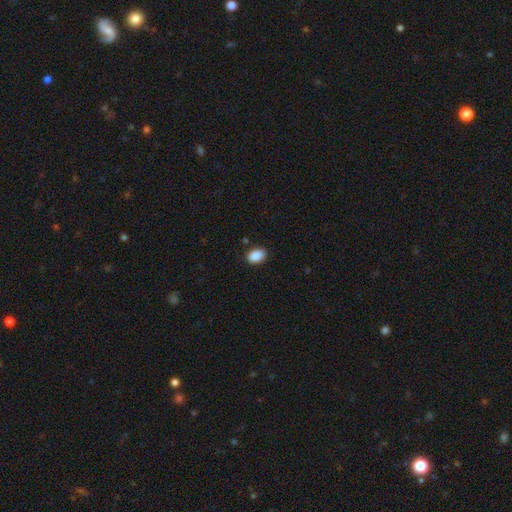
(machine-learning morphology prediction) A smooth galaxy with no disk features (90%) that is in between round and cigar-shaped (82%).

Vote fractions:
- Smooth or featured? smooth: 90% / star or artifact: 8% / featured or disk: 3%
- How rounded? in between: 82% / round: 17% / cigar-shaped: 1%
- Merging? none: 88% / minor disturbance: 9% / major disturbance: 2% / merger: 1%